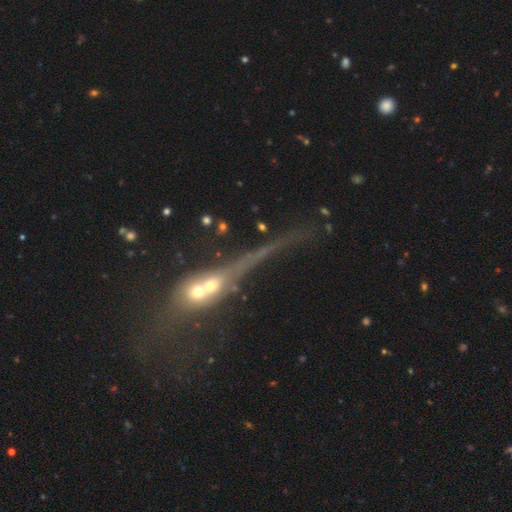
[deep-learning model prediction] Smooth or featured? featured or disk (48%)
Merging? merger (47%)